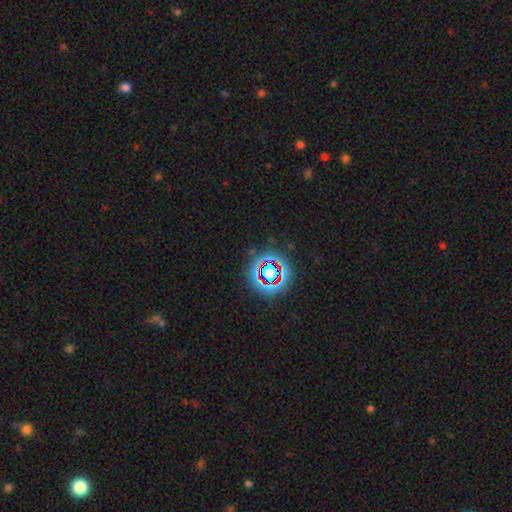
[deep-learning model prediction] Smooth or featured? star or artifact (78%)